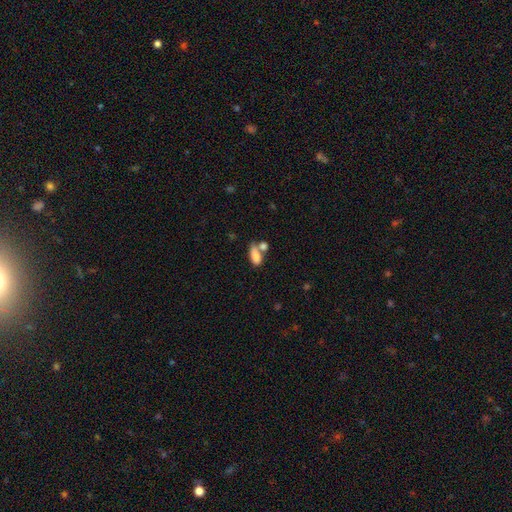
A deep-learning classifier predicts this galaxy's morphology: Overall: smooth (80%). How rounded: in between (81%). Merging: merger (48%; none 32%).